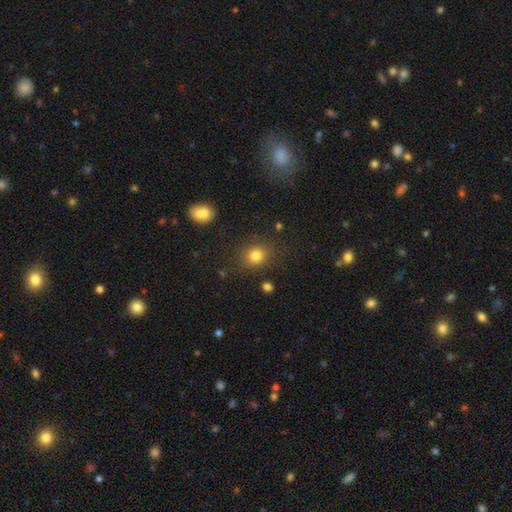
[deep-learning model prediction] Q: Smooth or featured?
A: smooth (81%); runner-up: star or artifact (13%)
Q: How rounded?
A: round (77%); runner-up: in between (22%)
Q: Merging?
A: none (83%); runner-up: minor disturbance (10%)